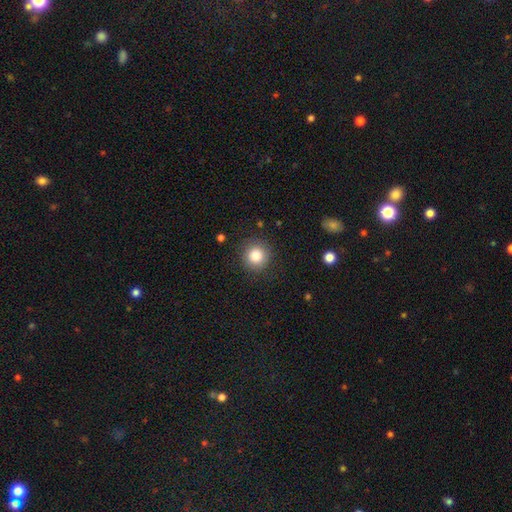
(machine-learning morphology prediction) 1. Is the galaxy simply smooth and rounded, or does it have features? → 83% smooth, 10% star or artifact, 7% featured or disk.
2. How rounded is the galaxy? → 93% round, 6% in between, 1% cigar-shaped.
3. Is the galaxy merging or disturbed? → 88% none, 8% minor disturbance, 3% major disturbance, 1% merger.